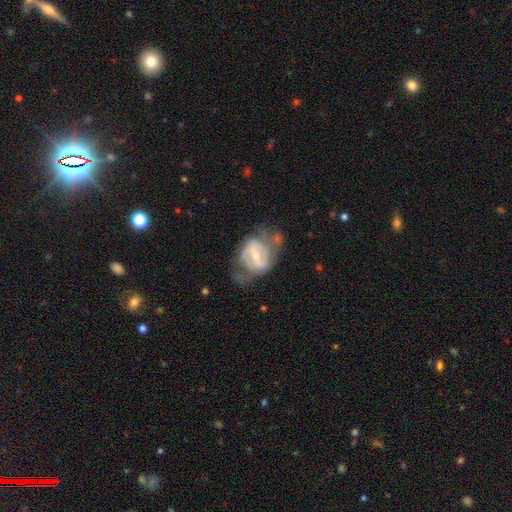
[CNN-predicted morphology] Overall: featured or disk (82%). Edge-on disk: no (97%). Bar: strong (46%; weak 40%). Spiral arms: yes (82%). Spiral arm count: 2 (68%). Spiral winding: medium (45%; tight 35%). Bulge size: small (52%; moderate 44%). Merging: none (45%; minor disturbance 26%).